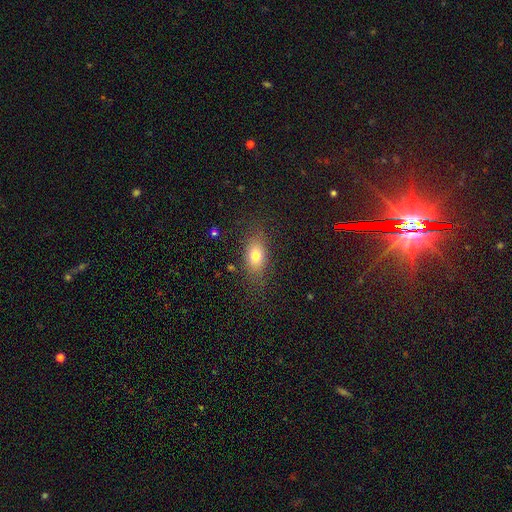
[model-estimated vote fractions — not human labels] Smooth or featured? Predicted: smooth (p=0.75). How rounded? Predicted: in between (p=0.78). Merging? Predicted: none (p=0.80).